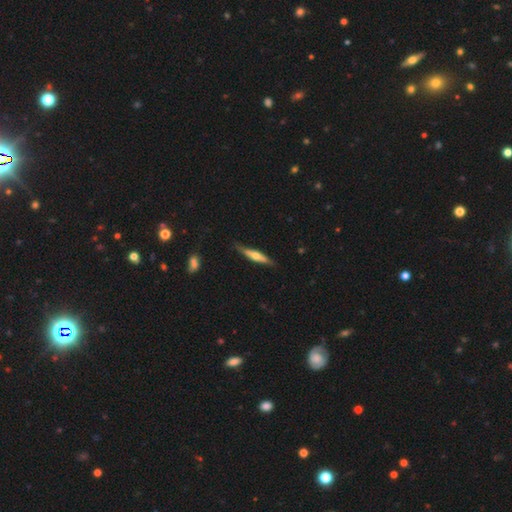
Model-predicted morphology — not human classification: The model was most divided on "smooth or featured": featured or disk: 58%, smooth: 37%, star or artifact: 5%. More confident: edge-on disk — yes (93%); edge-on bulge — rounded (87%); merging — none (80%).